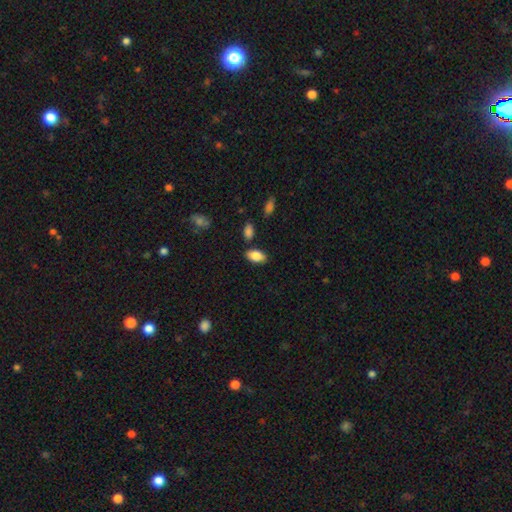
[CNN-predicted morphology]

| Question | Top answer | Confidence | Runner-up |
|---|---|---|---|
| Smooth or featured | smooth | 86% | featured or disk (7%) |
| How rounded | in between | 93% | round (4%) |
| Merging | none | 82% | minor disturbance (11%) |